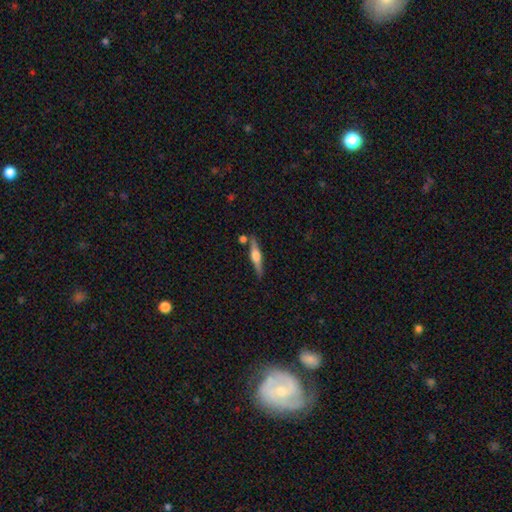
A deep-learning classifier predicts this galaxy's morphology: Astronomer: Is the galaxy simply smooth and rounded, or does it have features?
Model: featured or disk — 69%.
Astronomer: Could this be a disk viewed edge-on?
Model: yes — 97%.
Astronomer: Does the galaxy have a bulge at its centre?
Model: rounded — 90%.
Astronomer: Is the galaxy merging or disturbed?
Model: none — 81%.